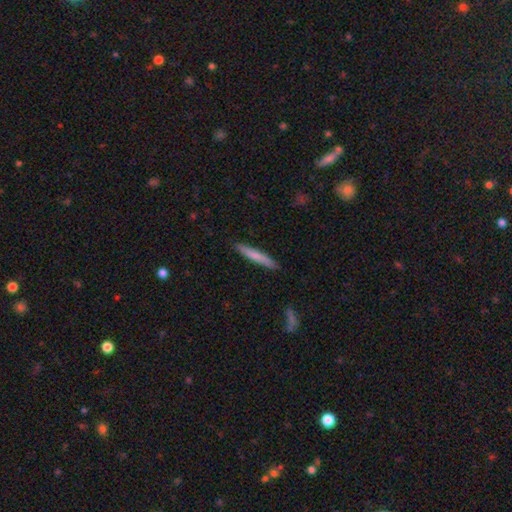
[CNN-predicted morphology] Q: Smooth or featured?
A: smooth (73%); runner-up: featured or disk (22%)
Q: How rounded?
A: cigar-shaped (94%); runner-up: in between (4%)
Q: Merging?
A: none (90%); runner-up: minor disturbance (7%)